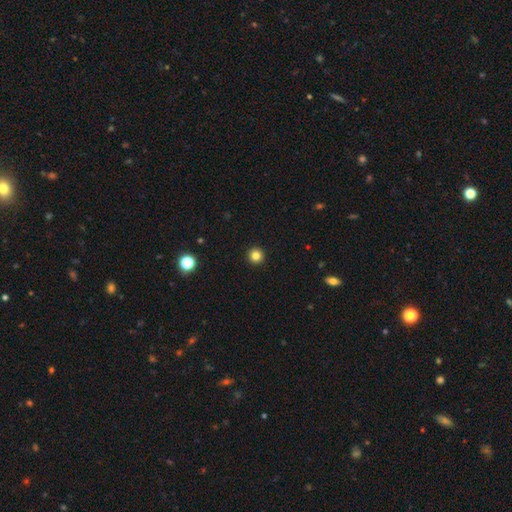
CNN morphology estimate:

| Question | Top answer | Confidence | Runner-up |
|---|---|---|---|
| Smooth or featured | smooth | 83% | star or artifact (12%) |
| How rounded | round | 96% | in between (3%) |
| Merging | none | 94% | minor disturbance (4%) |